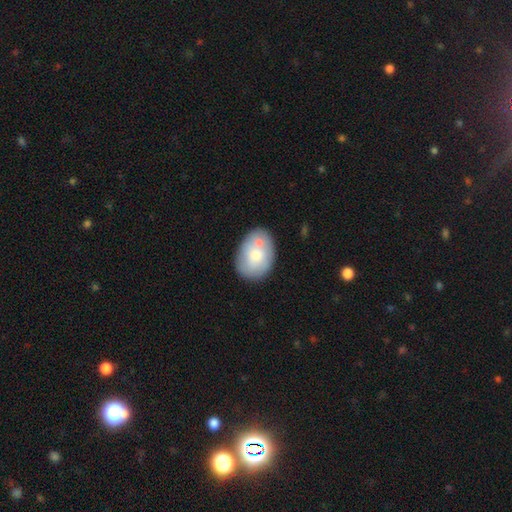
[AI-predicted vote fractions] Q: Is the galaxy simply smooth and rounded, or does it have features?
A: smooth — 70%.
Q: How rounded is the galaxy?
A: in between — 78%.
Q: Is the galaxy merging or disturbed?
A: none — 60%.